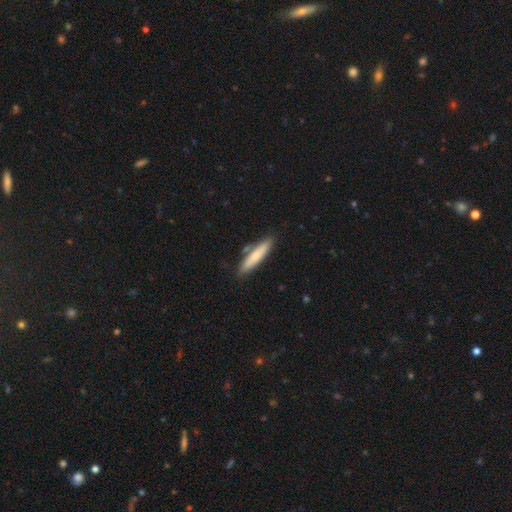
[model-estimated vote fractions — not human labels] Morphology: type=smooth (73%); roundness=cigar-shaped (86%); merging=none (79%).